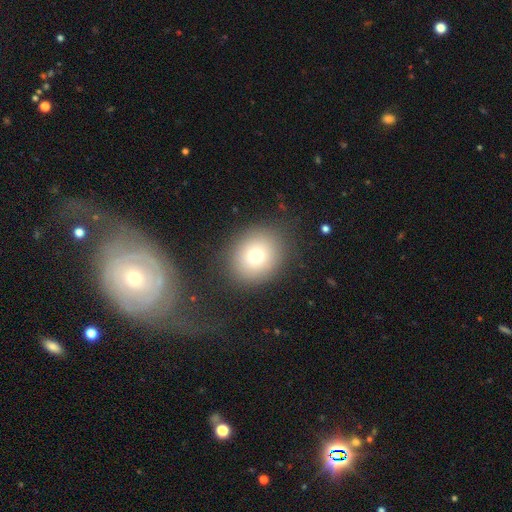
Volunteers were most divided on "how rounded": round: 70%, in between: 30%, cigar-shaped: 0%. More confident: smooth or featured — smooth (77%); merging — none (75%).